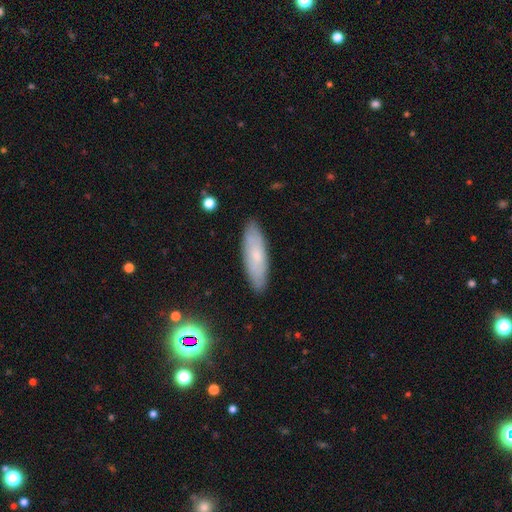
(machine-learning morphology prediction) smooth 61%, featured or disk 31%, star or artifact 8%. Down the decision tree: how rounded — cigar-shaped (58%); merging — none (87%).